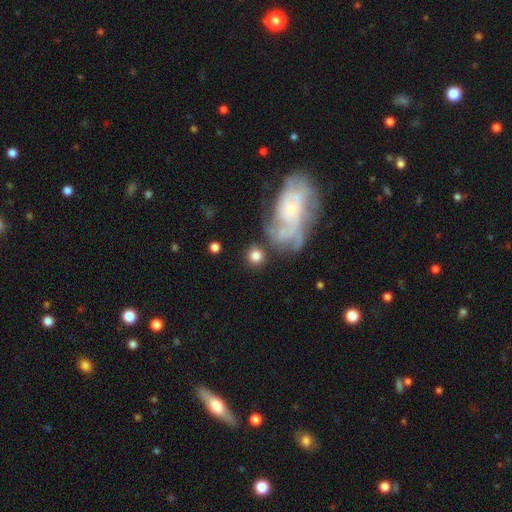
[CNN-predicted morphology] Q: Smooth or featured?
A: smooth (79%); runner-up: featured or disk (13%)
Q: How rounded?
A: round (87%); runner-up: in between (11%)
Q: Merging?
A: none (74%); runner-up: merger (10%)